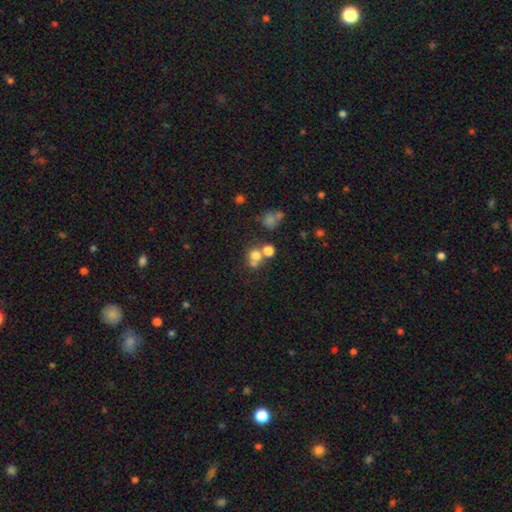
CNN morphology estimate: smooth-or-featured: smooth: 69% | star or artifact: 18% | featured or disk: 13%
  how-rounded: round: 78% | in between: 21% | cigar-shaped: 1%
  merging: none: 45% | merger: 41% | minor disturbance: 9% | major disturbance: 6%